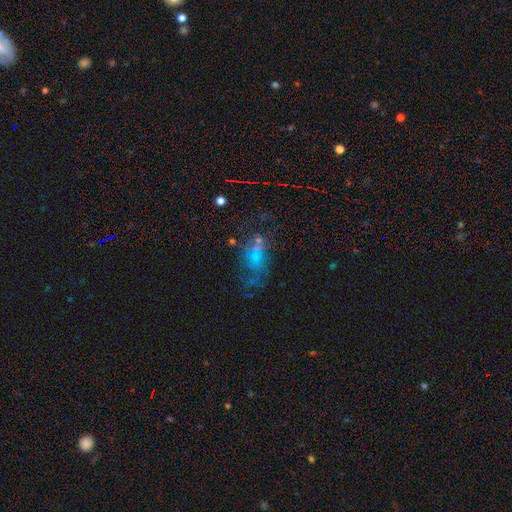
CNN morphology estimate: This is marginally a featured or disk galaxy (41%). Merging: marginally none (37%).